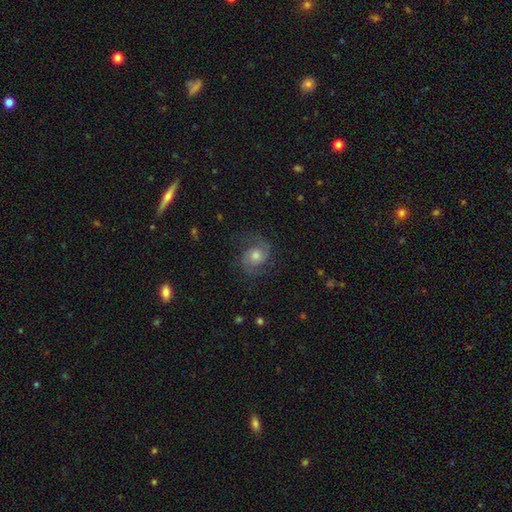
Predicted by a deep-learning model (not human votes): A featured or disk galaxy (79%) with no bar (68%), 2 (89%) medium (54%) spiral arms (96%) and a moderate central bulge (58%).

Vote fractions:
- Smooth or featured? featured or disk: 79% / smooth: 12% / star or artifact: 9%
- Edge-on disk? no: 98% / yes: 2%
- Bar? no: 68% / weak: 27% / strong: 5%
- Spiral arms? yes: 96% / no: 4%
- Spiral winding? medium: 54% / tight: 26% / loose: 20%
- Spiral arm count? 2: 89% / can't tell: 4% / 3: 2% / 1: 2% / 4: 1% / more than 4: 1%
- Bulge size? moderate: 58% / small: 25% / large: 12% / none: 3% / dominant: 2%
- Merging? none: 77% / minor disturbance: 14% / major disturbance: 8% / merger: 1%